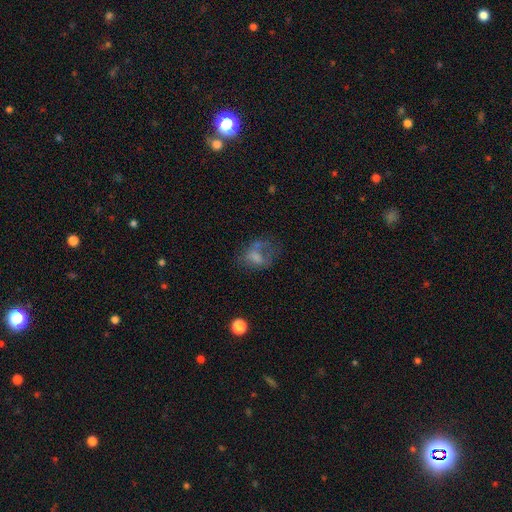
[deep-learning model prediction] This appears to be a smooth galaxy with no disk features (55%) that is in between round and cigar-shaped (69%). Merging: major disturbance (38%).